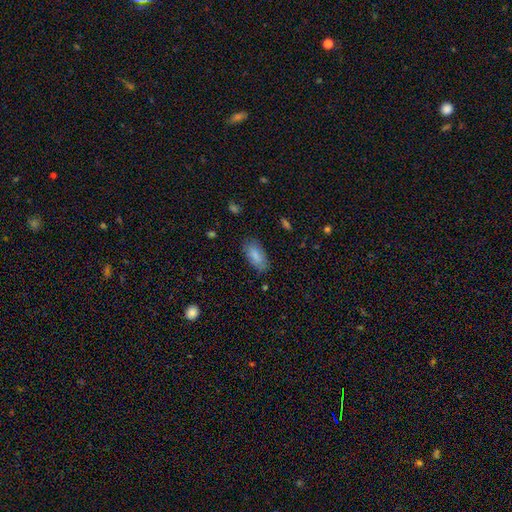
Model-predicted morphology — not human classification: A smooth galaxy with no disk features (84%) that is in between round and cigar-shaped (91%).

Vote fractions:
- Smooth or featured? smooth: 84% / featured or disk: 9% / star or artifact: 7%
- How rounded? in between: 91% / cigar-shaped: 6% / round: 2%
- Merging? none: 79% / minor disturbance: 16% / major disturbance: 4% / merger: 1%